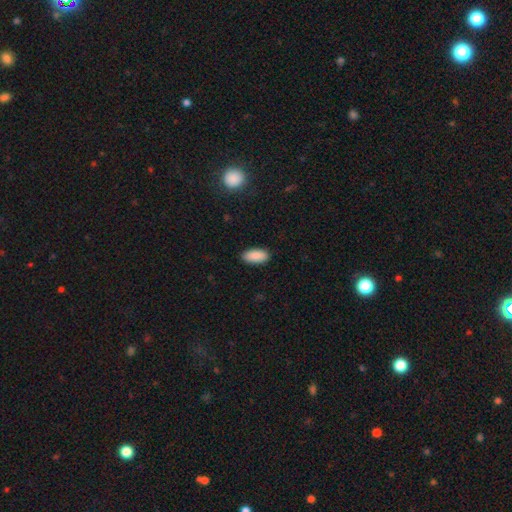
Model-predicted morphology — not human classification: Overall: smooth (88%). How rounded: in between (92%). Merging: none (88%).